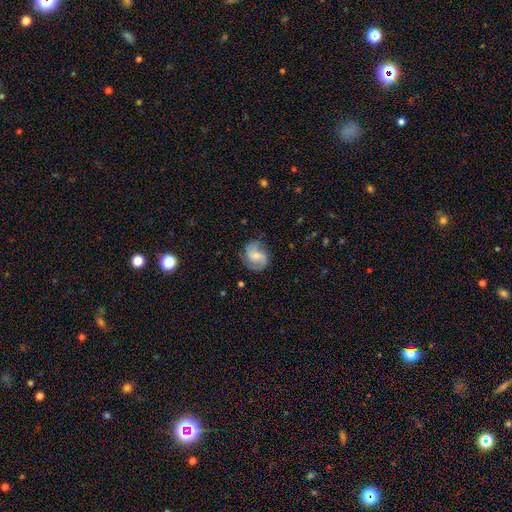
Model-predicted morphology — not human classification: smooth_or_featured: featured or disk (p=0.63) [alt: smooth p=0.30]
disk_edge_on: no (p=0.97) [alt: yes p=0.03]
bar: no (p=0.51) [alt: weak p=0.39]
has_spiral_arms: yes (p=0.91) [alt: no p=0.09]
spiral_winding: medium (p=0.45) [alt: loose p=0.30]
spiral_arm_count: 2 (p=0.79) [alt: can't tell p=0.10]
bulge_size: small (p=0.50) [alt: moderate p=0.40]
merging: none (p=0.71) [alt: minor disturbance p=0.20]